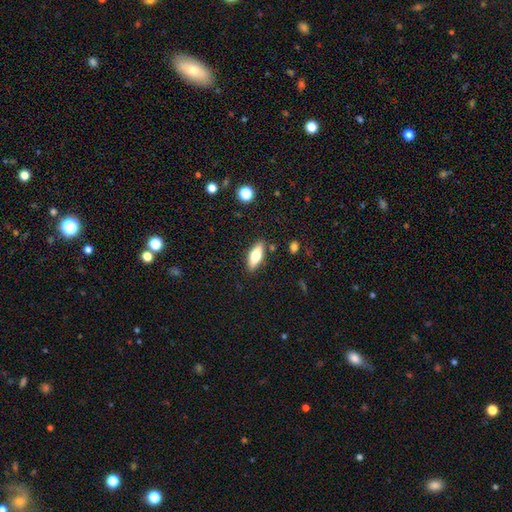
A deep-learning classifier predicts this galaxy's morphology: smooth-or-featured: smooth: 66% | featured or disk: 27% | star or artifact: 7%
  how-rounded: in between: 65% | cigar-shaped: 33% | round: 3%
  merging: none: 85% | minor disturbance: 10% | major disturbance: 2% | merger: 2%